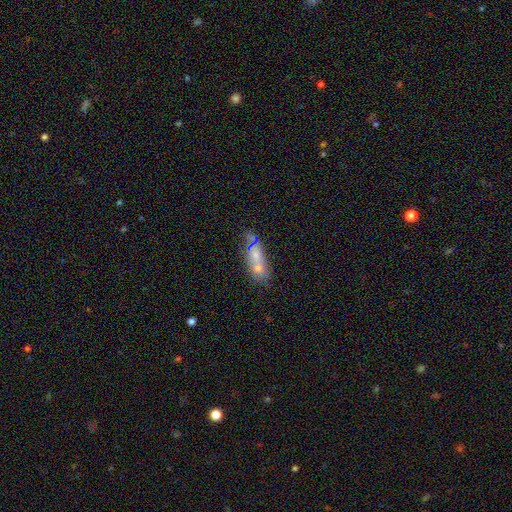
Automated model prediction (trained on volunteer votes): This is possibly a smooth galaxy (47%). Merging: possibly none (46%).